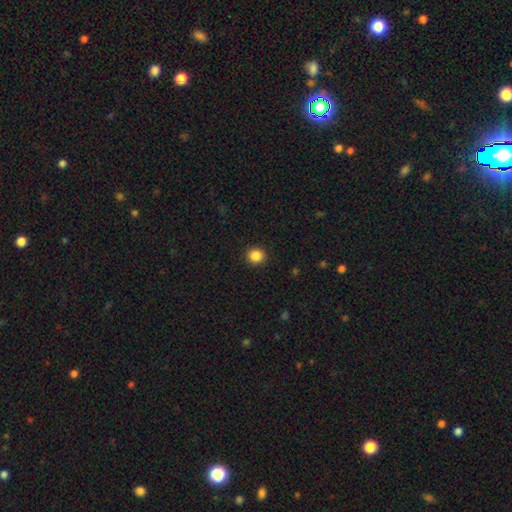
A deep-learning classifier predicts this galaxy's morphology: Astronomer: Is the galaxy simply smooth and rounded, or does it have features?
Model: smooth — 86%.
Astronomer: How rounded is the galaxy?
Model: round — 89%.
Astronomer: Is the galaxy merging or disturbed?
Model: none — 92%.